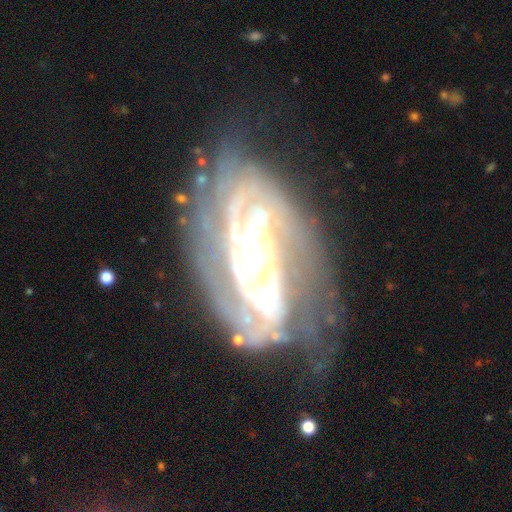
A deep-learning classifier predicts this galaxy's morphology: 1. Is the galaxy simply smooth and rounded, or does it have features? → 89% featured or disk, 6% star or artifact, 5% smooth.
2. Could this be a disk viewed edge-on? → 95% no, 5% yes.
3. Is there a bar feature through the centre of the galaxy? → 43% no, 30% strong, 27% weak.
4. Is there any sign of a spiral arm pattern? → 95% yes, 5% no.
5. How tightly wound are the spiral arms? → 61% tight, 30% medium, 9% loose.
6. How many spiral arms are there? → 38% 2, 23% can't tell, 18% 3, 8% 4, 7% more than 4, 7% 1.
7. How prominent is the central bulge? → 48% moderate, 29% large, 16% small, 4% dominant, 4% none.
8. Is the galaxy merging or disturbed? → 58% none, 22% minor disturbance, 17% major disturbance, 3% merger.